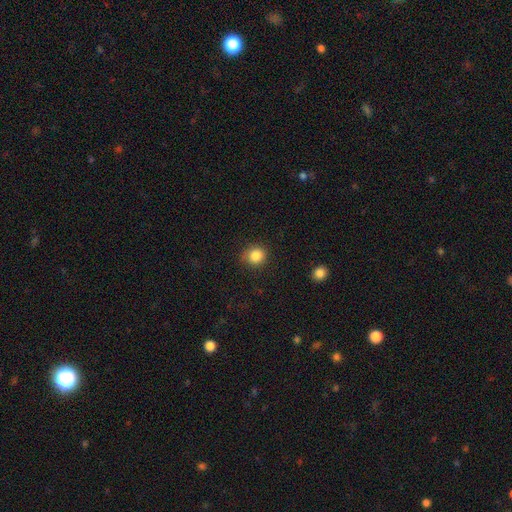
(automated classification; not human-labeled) Smooth or featured? Predicted: smooth (p=0.85). How rounded? Predicted: round (p=0.85). Merging? Predicted: none (p=0.85).